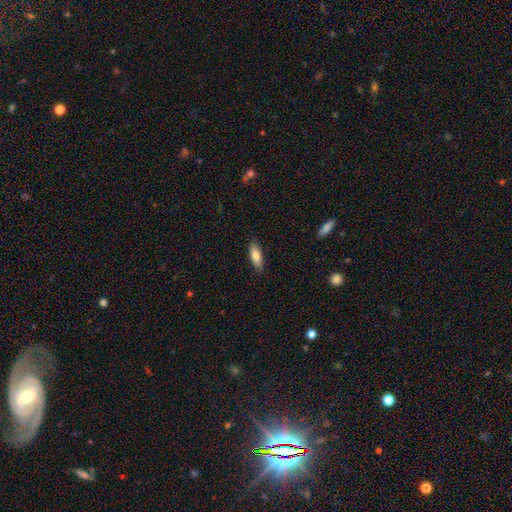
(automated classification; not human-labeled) A smooth galaxy with no disk features (79%) that is in between round and cigar-shaped (65%). Merging: none (86%).